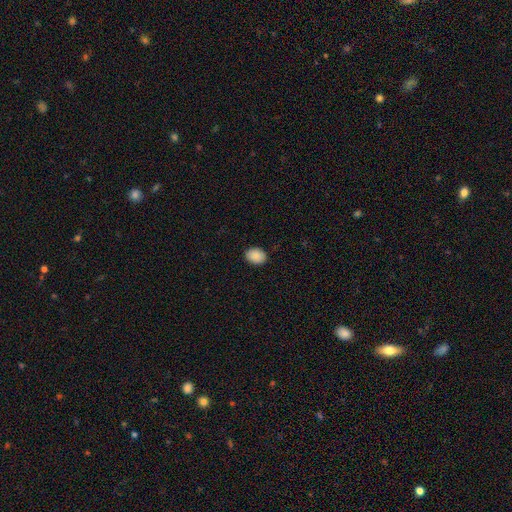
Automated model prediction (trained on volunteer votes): smooth 89%, star or artifact 8%, featured or disk 3%. Down the decision tree: how rounded — in between (64%); merging — none (90%).